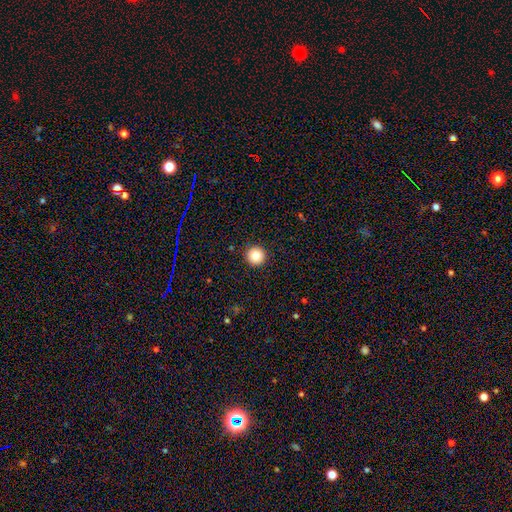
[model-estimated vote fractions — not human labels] Overall: smooth (83%). How rounded: round (96%). Merging: none (94%).